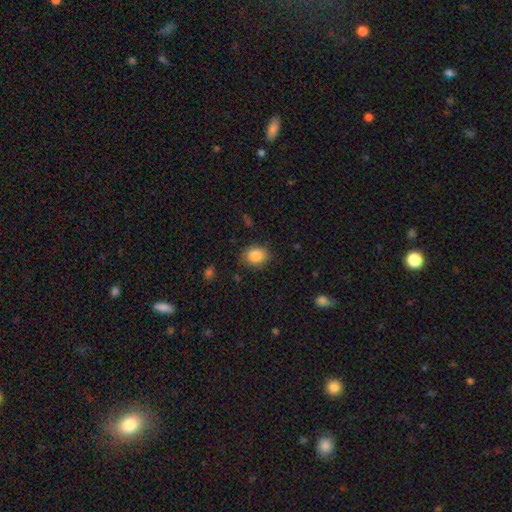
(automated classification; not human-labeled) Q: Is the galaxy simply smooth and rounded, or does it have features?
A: smooth — 86%.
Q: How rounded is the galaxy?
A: in between — 55%.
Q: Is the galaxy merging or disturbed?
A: none — 84%.